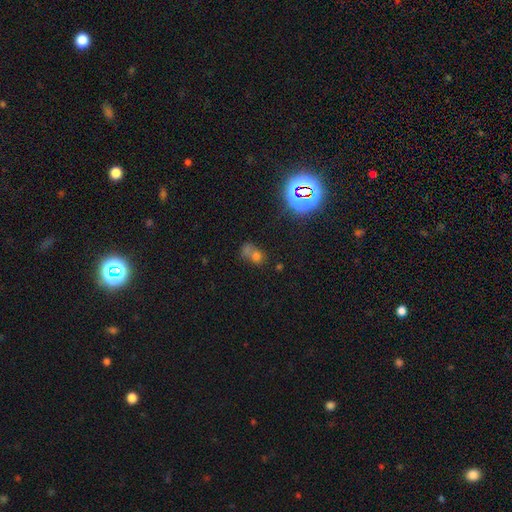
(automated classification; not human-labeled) Smooth or featured: smooth — 53% (star or artifact — 30%)
How rounded: round — 56% (in between — 42%)
Merging: merger — 52% (none — 31%)